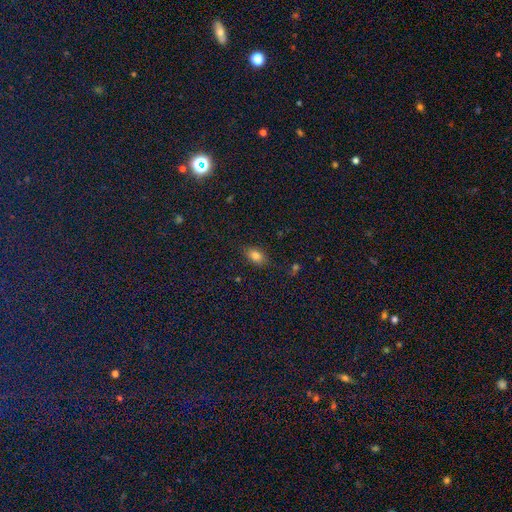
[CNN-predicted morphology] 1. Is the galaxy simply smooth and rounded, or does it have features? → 81% smooth, 12% star or artifact, 8% featured or disk.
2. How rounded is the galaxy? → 86% in between, 10% round, 4% cigar-shaped.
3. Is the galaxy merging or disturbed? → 83% none, 12% minor disturbance, 3% major disturbance, 2% merger.